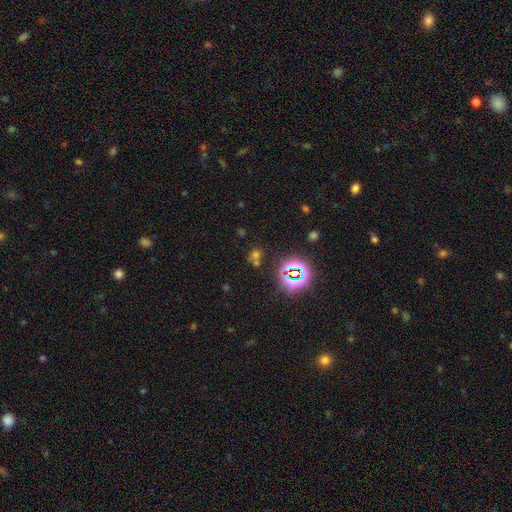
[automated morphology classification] type=star or artifact (51%).